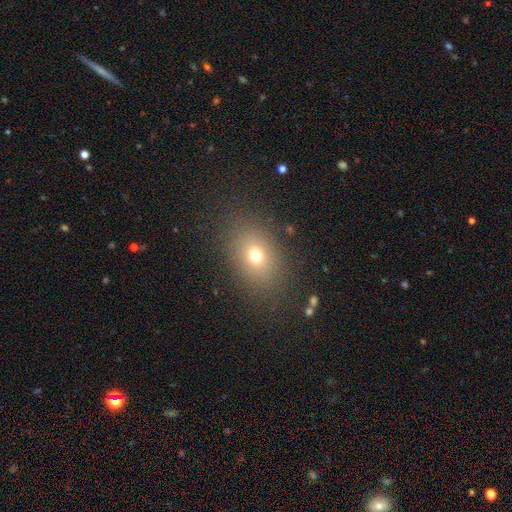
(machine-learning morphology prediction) A smooth galaxy with no disk features (69%) that is in between round and cigar-shaped (65%).

Vote fractions:
- Smooth or featured? smooth: 69% / star or artifact: 17% / featured or disk: 14%
- How rounded? in between: 65% / round: 34% / cigar-shaped: 1%
- Merging? none: 82% / minor disturbance: 10% / major disturbance: 6% / merger: 1%